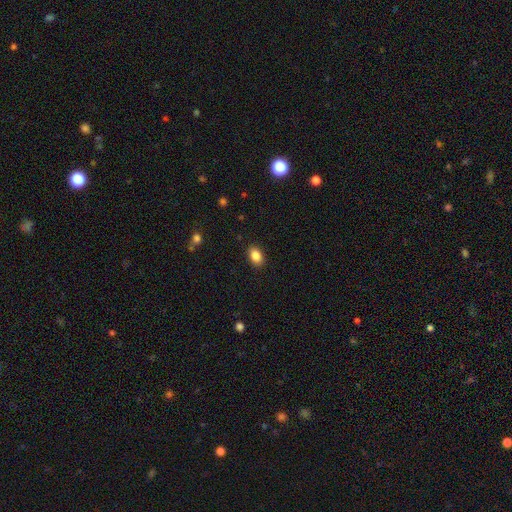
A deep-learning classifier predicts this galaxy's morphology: type=smooth (87%); roundness=in between (85%); merging=none (89%).